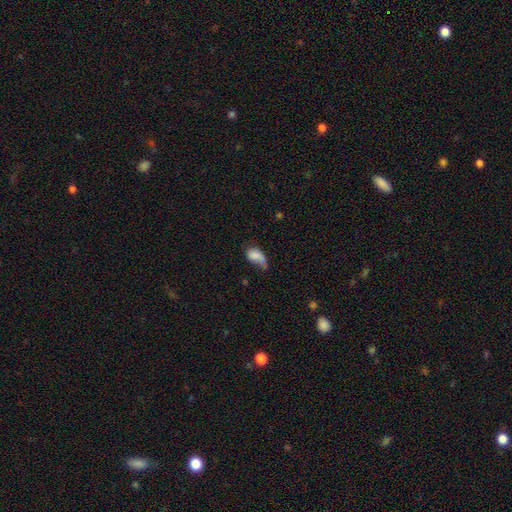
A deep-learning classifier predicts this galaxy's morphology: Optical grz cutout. It shows a smooth galaxy with no disk features (66%) that is in between round and cigar-shaped (86%). Merging: major disturbance (33%).